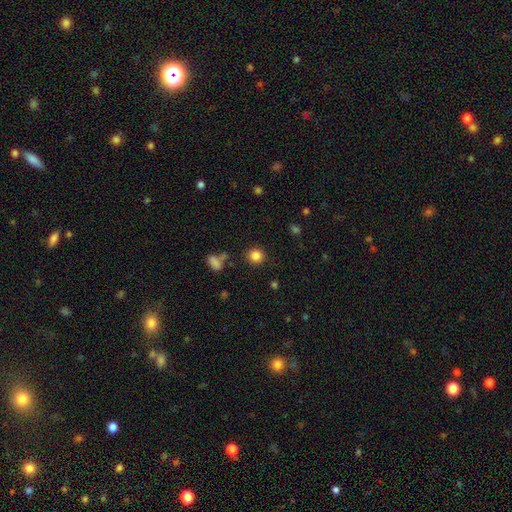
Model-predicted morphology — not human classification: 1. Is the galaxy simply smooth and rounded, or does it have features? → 84% smooth, 11% star or artifact, 4% featured or disk.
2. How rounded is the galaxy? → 88% round, 11% in between, 1% cigar-shaped.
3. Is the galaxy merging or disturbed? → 85% none, 8% minor disturbance, 4% merger, 3% major disturbance.